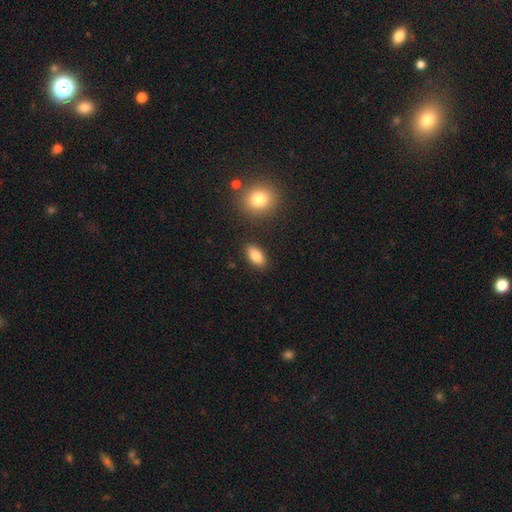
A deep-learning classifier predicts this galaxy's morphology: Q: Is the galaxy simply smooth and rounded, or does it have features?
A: smooth — 84%.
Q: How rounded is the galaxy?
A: in between — 89%.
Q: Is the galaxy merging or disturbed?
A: none — 87%.